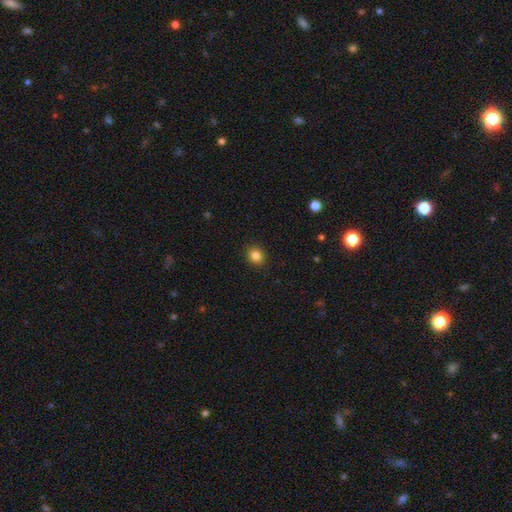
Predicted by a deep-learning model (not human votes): smooth_or_featured: smooth (p=0.84) [alt: star or artifact p=0.11]
how_rounded: round (p=0.73) [alt: in between p=0.26]
merging: none (p=0.90) [alt: minor disturbance p=0.07]